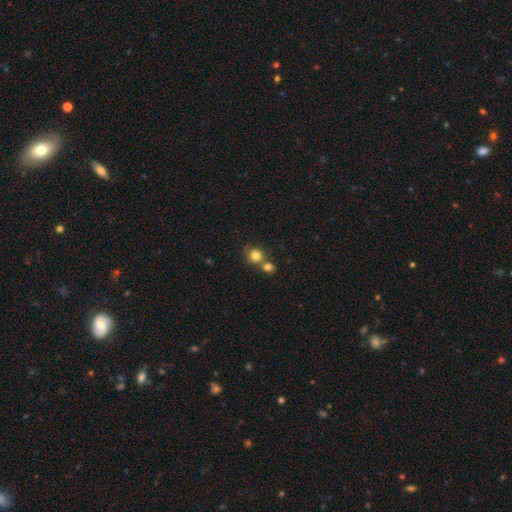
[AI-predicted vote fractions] This appears to be a smooth galaxy with no disk features (80%) that is round (84%). Merging: merger (46%).